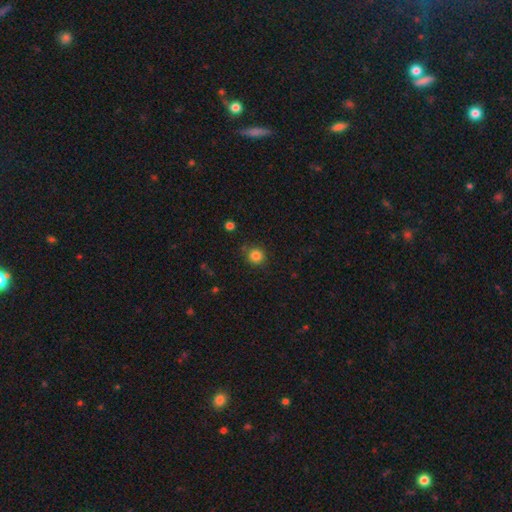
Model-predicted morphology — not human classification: A smooth galaxy with no disk features (84%) that is round (91%). Merging: none (84%).